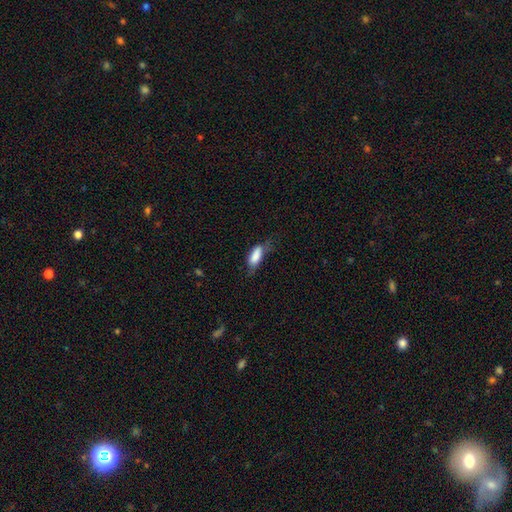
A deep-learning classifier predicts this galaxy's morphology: smooth 81%, featured or disk 11%, star or artifact 8%. Down the decision tree: how rounded — in between (74%); merging — none (39%).